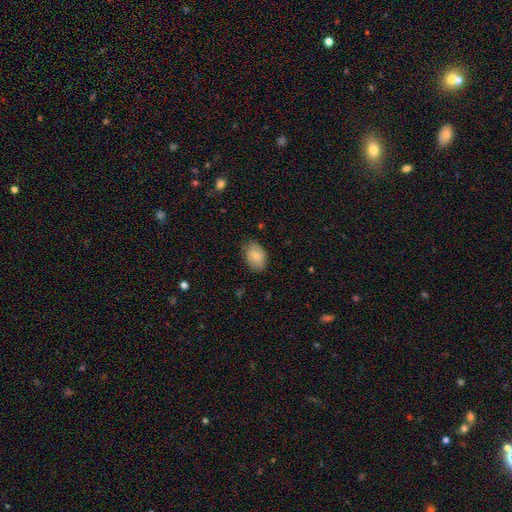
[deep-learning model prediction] A smooth galaxy with no disk features (80%) that is in between round and cigar-shaped (85%).

Vote fractions:
- Smooth or featured? smooth: 80% / featured or disk: 13% / star or artifact: 7%
- How rounded? in between: 85% / round: 14% / cigar-shaped: 1%
- Merging? none: 75% / minor disturbance: 20% / major disturbance: 4% / merger: 1%